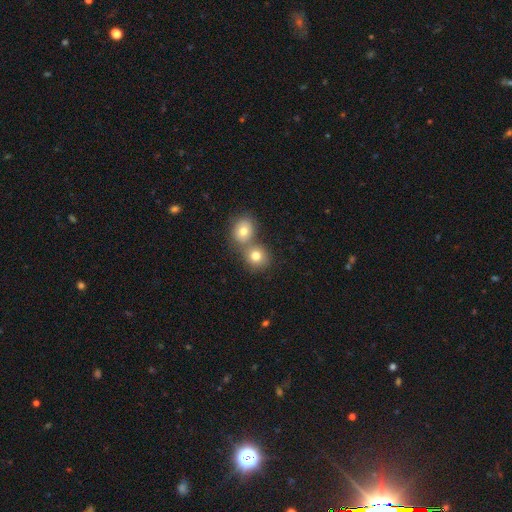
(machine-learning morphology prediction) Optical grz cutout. It shows a smooth galaxy with no disk features (78%) that is round (81%). Merging: none (47%).